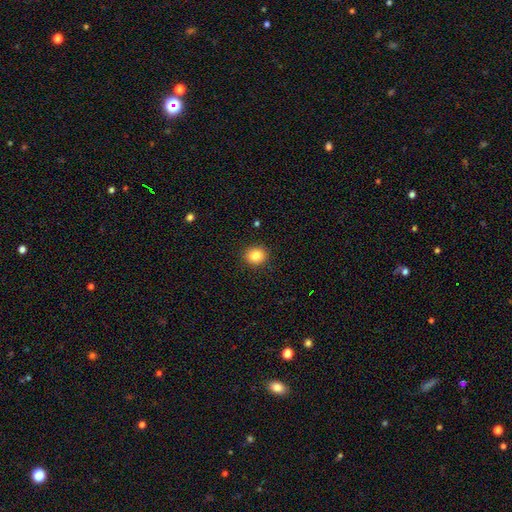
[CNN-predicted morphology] smooth_or_featured: smooth (p=0.85) [alt: star or artifact p=0.10]
how_rounded: round (p=0.76) [alt: in between p=0.23]
merging: none (p=0.91) [alt: minor disturbance p=0.06]